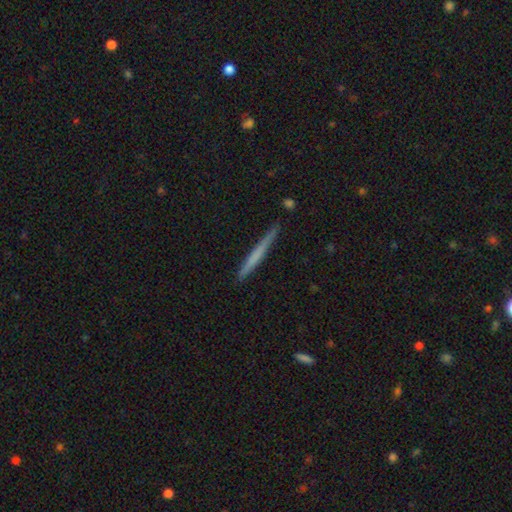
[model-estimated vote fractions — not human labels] This is possibly a smooth galaxy (55%). How rounded: clearly cigar-shaped (97%). Merging: clearly none (89%).